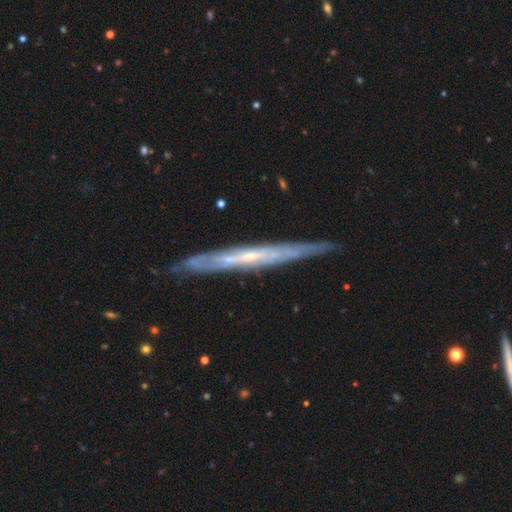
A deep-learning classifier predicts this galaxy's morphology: Smooth or featured? Predicted: featured or disk (p=0.75). Edge-on disk? Predicted: yes (p=0.87). Edge-on bulge? Predicted: none (p=0.72). Merging? Predicted: none (p=0.83).